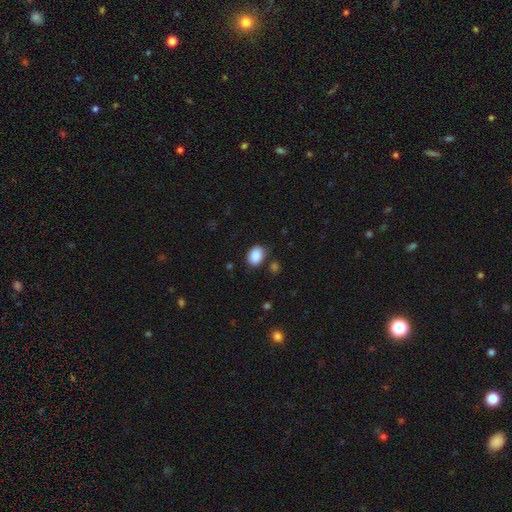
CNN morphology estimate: smooth-or-featured: smooth: 89% | star or artifact: 8% | featured or disk: 3%
  how-rounded: in between: 72% | round: 27% | cigar-shaped: 1%
  merging: none: 78% | minor disturbance: 14% | merger: 4% | major disturbance: 4%